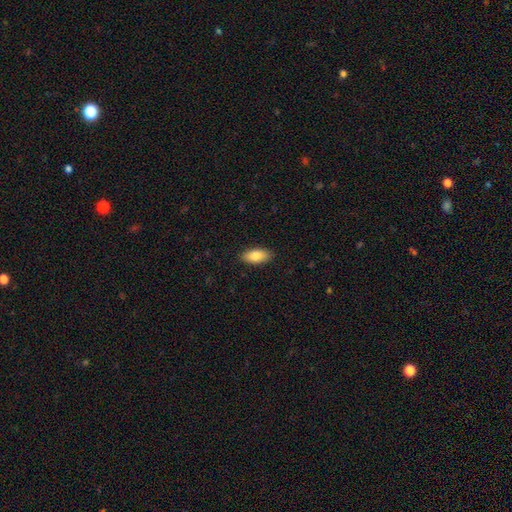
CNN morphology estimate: A smooth galaxy with no disk features (84%) that is in between round and cigar-shaped (89%). Merging: none (89%).